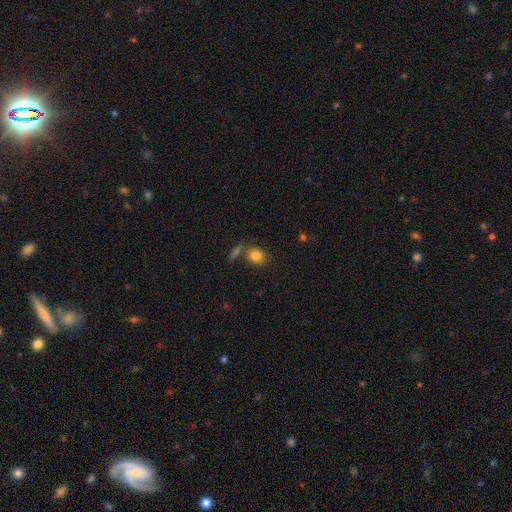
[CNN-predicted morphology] This is clearly a smooth galaxy (82%). How rounded: possibly round (57%). Merging: likely none (70%).